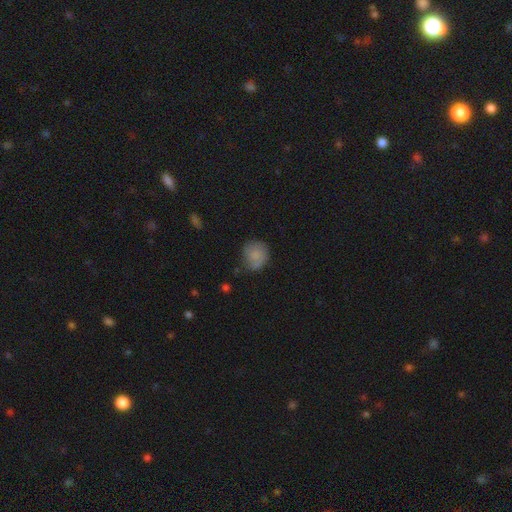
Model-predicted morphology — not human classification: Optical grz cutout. It shows a smooth galaxy with no disk features (74%) that is round (82%). Merging: none (60%).